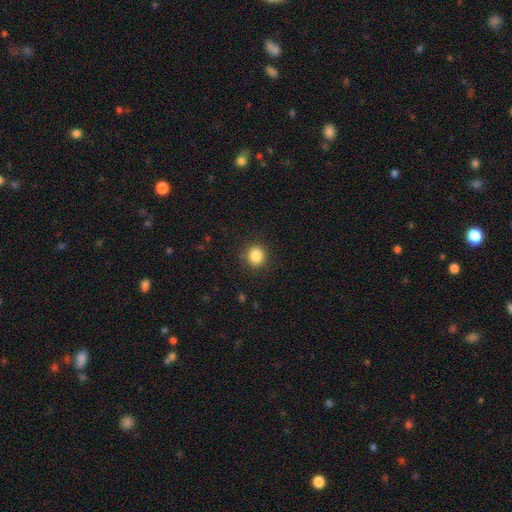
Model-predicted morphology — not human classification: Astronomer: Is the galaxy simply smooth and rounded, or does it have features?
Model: smooth — 85%.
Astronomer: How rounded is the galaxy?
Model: round — 85%.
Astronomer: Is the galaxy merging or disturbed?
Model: none — 88%.